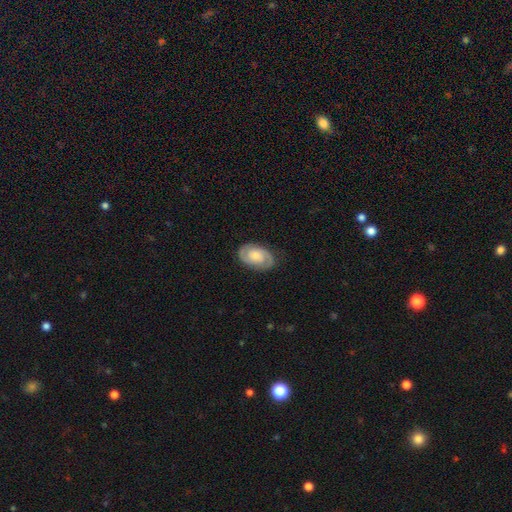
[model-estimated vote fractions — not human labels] Smooth or featured: featured or disk — 78% (smooth — 17%)
Edge-on disk: no — 97% (yes — 3%)
Bar: no — 64% (weak — 30%)
Spiral arms: yes — 95% (no — 5%)
Spiral winding: tight — 53% (medium — 39%)
Spiral arm count: 2 — 90% (can't tell — 5%)
Bulge size: moderate — 41% (small — 31%)
Merging: none — 84% (minor disturbance — 12%)